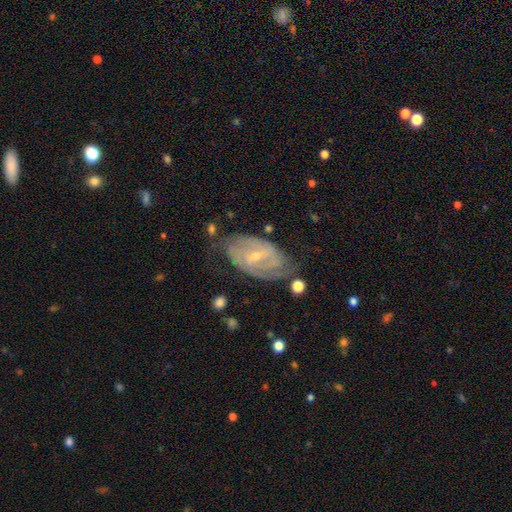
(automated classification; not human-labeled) Q: Smooth or featured?
A: featured or disk (81%); runner-up: smooth (12%)
Q: Edge-on disk?
A: no (94%); runner-up: yes (6%)
Q: Bar?
A: weak (48%); runner-up: strong (31%)
Q: Spiral arms?
A: yes (90%); runner-up: no (10%)
Q: Spiral winding?
A: tight (50%); runner-up: medium (37%)
Q: Spiral arm count?
A: 2 (61%); runner-up: can't tell (23%)
Q: Bulge size?
A: small (71%); runner-up: moderate (25%)
Q: Merging?
A: none (64%); runner-up: minor disturbance (23%)